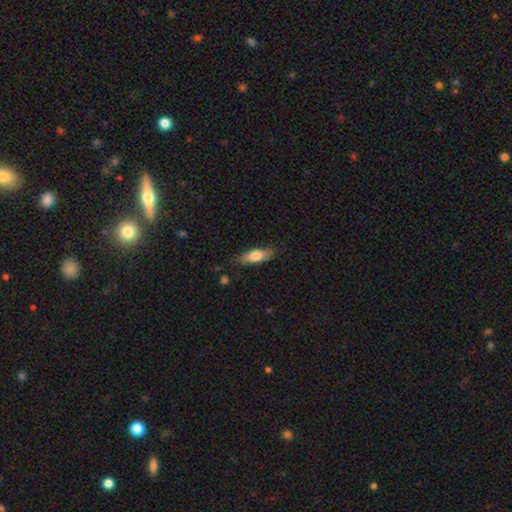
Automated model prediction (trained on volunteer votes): Q: Smooth or featured?
A: smooth (68%); runner-up: featured or disk (25%)
Q: How rounded?
A: in between (60%); runner-up: cigar-shaped (37%)
Q: Merging?
A: none (82%); runner-up: minor disturbance (14%)